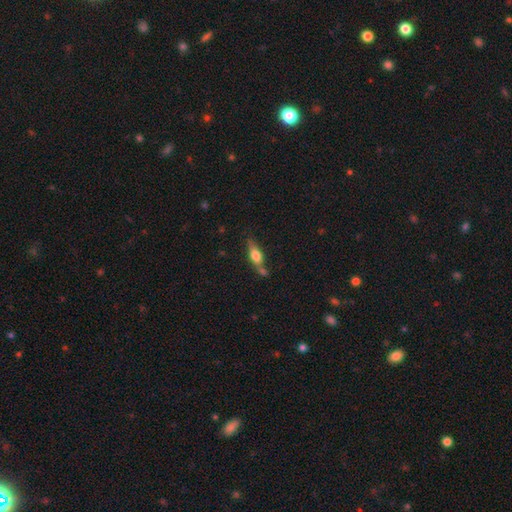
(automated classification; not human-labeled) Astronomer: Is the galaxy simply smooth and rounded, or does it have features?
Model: smooth — 62%.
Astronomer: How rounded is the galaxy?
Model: in between — 64%.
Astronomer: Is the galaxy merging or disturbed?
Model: none — 52%.